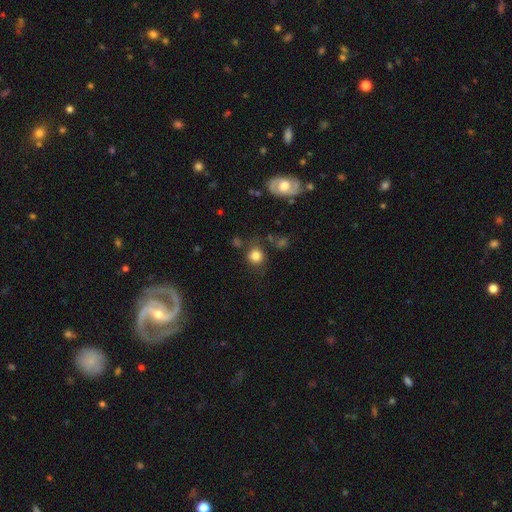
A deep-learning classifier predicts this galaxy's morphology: smooth_or_featured: smooth (p=0.81) [alt: star or artifact p=0.12]
how_rounded: round (p=0.85) [alt: in between p=0.14]
merging: none (p=0.75) [alt: minor disturbance p=0.14]